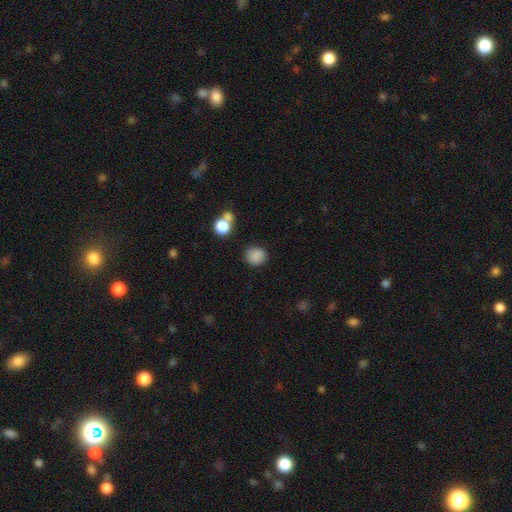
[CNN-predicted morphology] The model was most divided on "how rounded": round: 78%, in between: 21%, cigar-shaped: 1%. More confident: smooth or featured — smooth (85%); merging — none (81%).